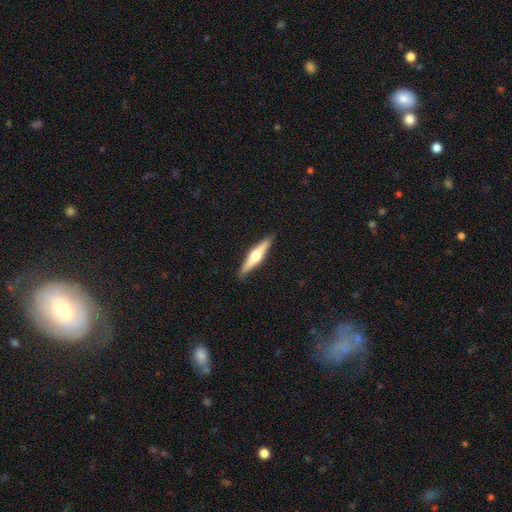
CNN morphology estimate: Smooth or featured: featured or disk — 66% (smooth — 29%)
Edge-on disk: yes — 97% (no — 3%)
Edge-on bulge: rounded — 94% (boxy — 4%)
Merging: none — 90% (minor disturbance — 7%)